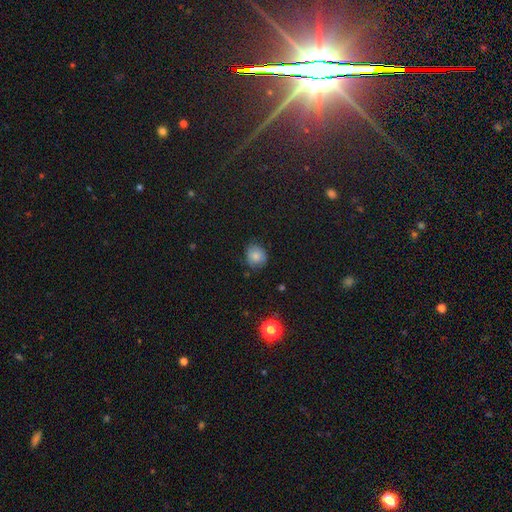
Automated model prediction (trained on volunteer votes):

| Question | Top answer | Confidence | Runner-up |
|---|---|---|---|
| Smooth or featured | smooth | 76% | featured or disk (13%) |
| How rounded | round | 76% | in between (23%) |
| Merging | none | 73% | minor disturbance (21%) |